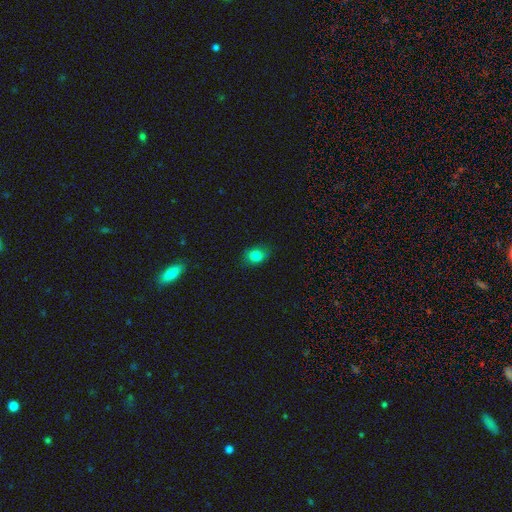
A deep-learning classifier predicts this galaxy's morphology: smooth-or-featured: smooth: 82% | star or artifact: 11% | featured or disk: 6%
  how-rounded: in between: 55% | round: 44% | cigar-shaped: 1%
  merging: none: 78% | minor disturbance: 17% | major disturbance: 4% | merger: 1%